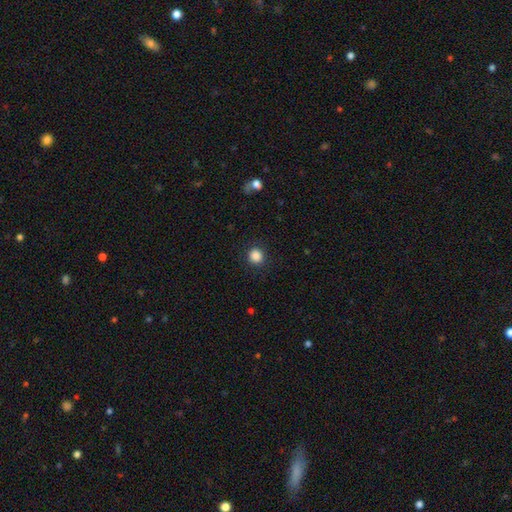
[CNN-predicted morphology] The model was most divided on "smooth or featured": smooth: 87%, star or artifact: 10%, featured or disk: 3%. More confident: merging — none (91%); how rounded — round (90%).